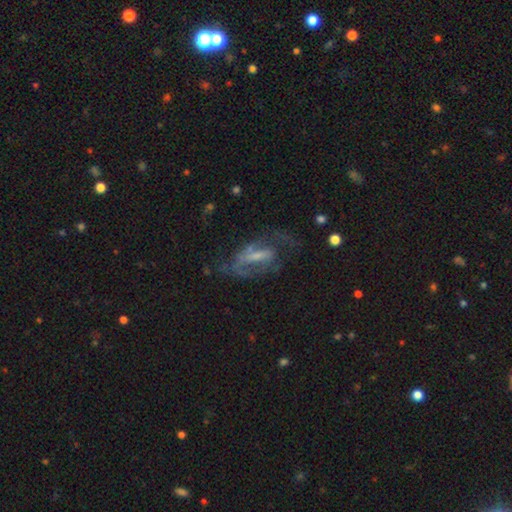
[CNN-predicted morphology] Q: Smooth or featured?
A: featured or disk (72%); runner-up: smooth (18%)
Q: Edge-on disk?
A: no (90%); runner-up: yes (10%)
Q: Bar?
A: strong (40%); runner-up: weak (38%)
Q: Spiral arms?
A: yes (75%); runner-up: no (25%)
Q: Bulge size?
A: small (39%); runner-up: moderate (28%)
Q: Merging?
A: none (45%); runner-up: major disturbance (32%)